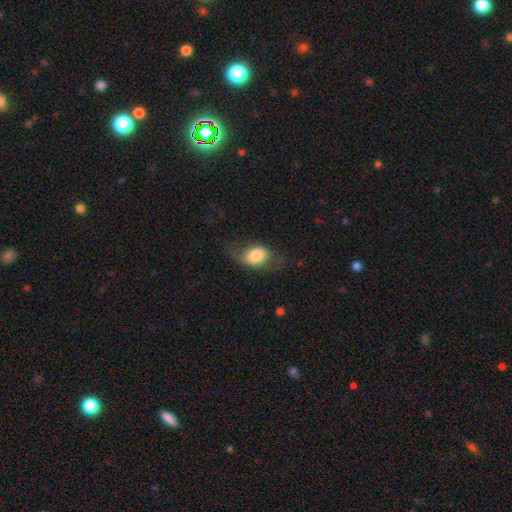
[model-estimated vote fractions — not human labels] Smooth or featured?
  - smooth: 75% *
  - featured or disk: 17%
  - star or artifact: 8%
How rounded?
  - in between: 75% *
  - round: 24%
  - cigar-shaped: 1%
Merging?
  - none: 50% *
  - minor disturbance: 27%
  - major disturbance: 21%
  - merger: 2%